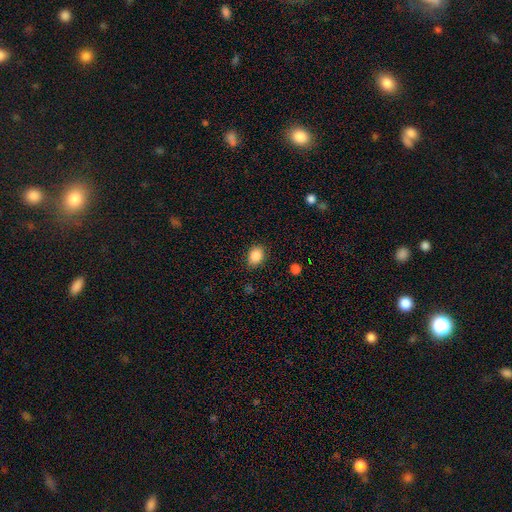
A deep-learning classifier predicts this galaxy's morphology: This appears to be a smooth galaxy with no disk features (87%) that is in between round and cigar-shaped (65%). Merging: none (85%).